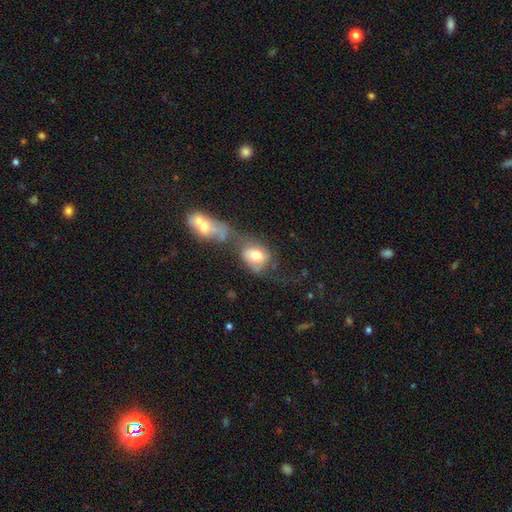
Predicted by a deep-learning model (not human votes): Overall: smooth (64%; featured or disk 28%). How rounded: in between (62%; round 36%). Merging: merger (47%; major disturbance 20%).